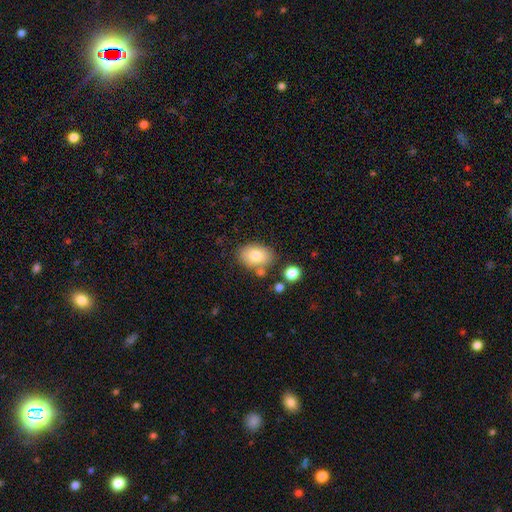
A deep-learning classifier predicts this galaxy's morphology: A smooth galaxy with no disk features (78%) that is in between round and cigar-shaped (80%). Merging: none (74%).